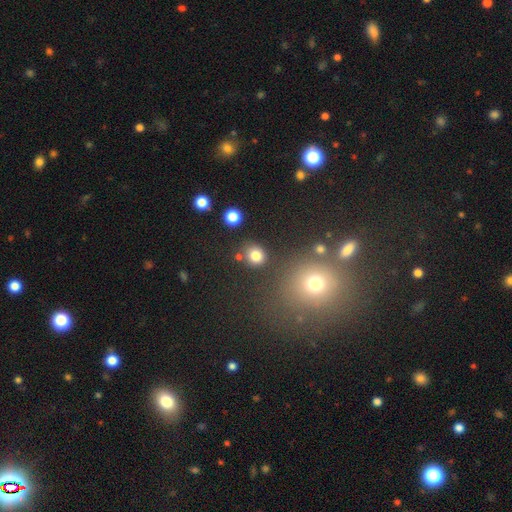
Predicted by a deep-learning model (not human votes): Morphology: type=smooth (81%); roundness=round (80%); merging=none (81%).